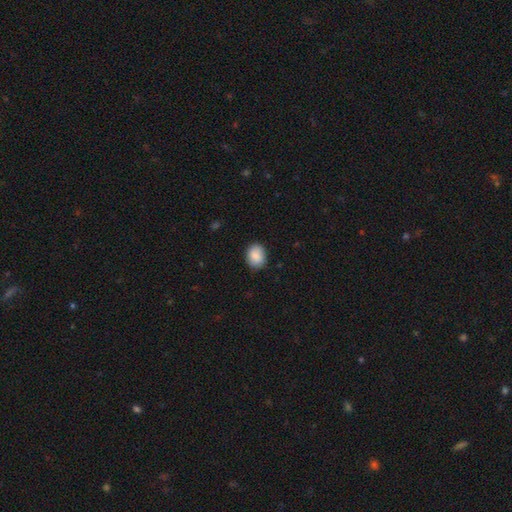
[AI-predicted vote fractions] A smooth galaxy with no disk features (88%) that is in between round and cigar-shaped (56%). Merging: none (85%).